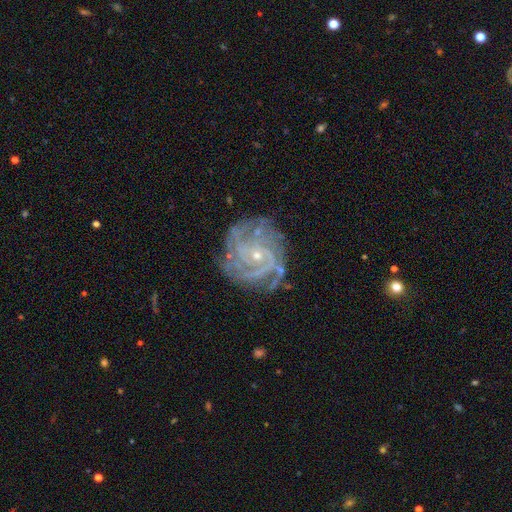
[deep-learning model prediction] Q: Smooth or featured?
A: featured or disk (87%); runner-up: star or artifact (8%)
Q: Edge-on disk?
A: no (98%); runner-up: yes (2%)
Q: Bar?
A: no (64%); runner-up: weak (28%)
Q: Spiral arms?
A: yes (97%); runner-up: no (3%)
Q: Spiral winding?
A: tight (67%); runner-up: medium (28%)
Q: Spiral arm count?
A: 3 (23%); runner-up: 4 (22%)
Q: Bulge size?
A: small (80%); runner-up: moderate (17%)
Q: Merging?
A: none (75%); runner-up: minor disturbance (17%)